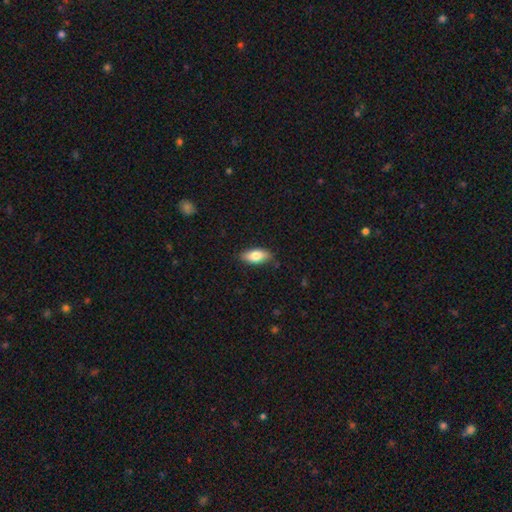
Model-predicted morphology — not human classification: Smooth or featured? Predicted: smooth (p=0.80). How rounded? Predicted: in between (p=0.87). Merging? Predicted: none (p=0.84).